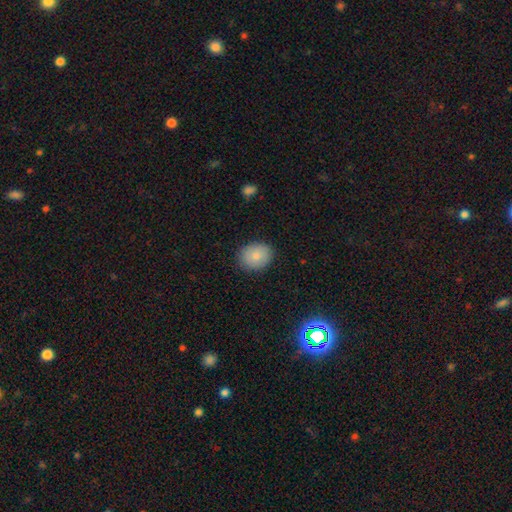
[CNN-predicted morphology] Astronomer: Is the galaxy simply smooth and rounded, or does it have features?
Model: smooth — 82%.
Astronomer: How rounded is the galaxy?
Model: round — 54% (runner-up: in between, 45%).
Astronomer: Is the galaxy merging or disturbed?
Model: none — 86%.